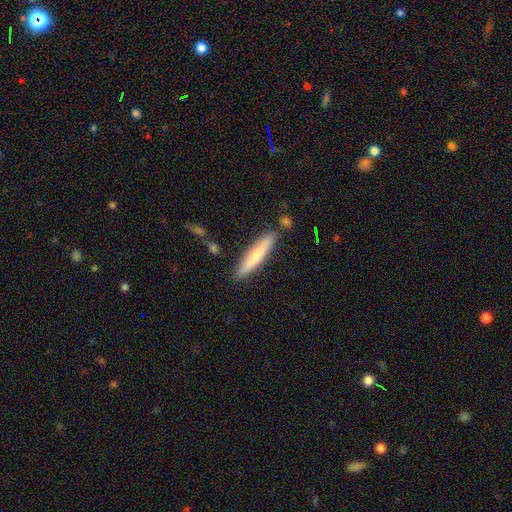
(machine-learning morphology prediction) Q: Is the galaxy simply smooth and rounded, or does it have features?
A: smooth — 66%.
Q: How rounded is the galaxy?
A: cigar-shaped — 89%.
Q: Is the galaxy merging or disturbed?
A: none — 84%.